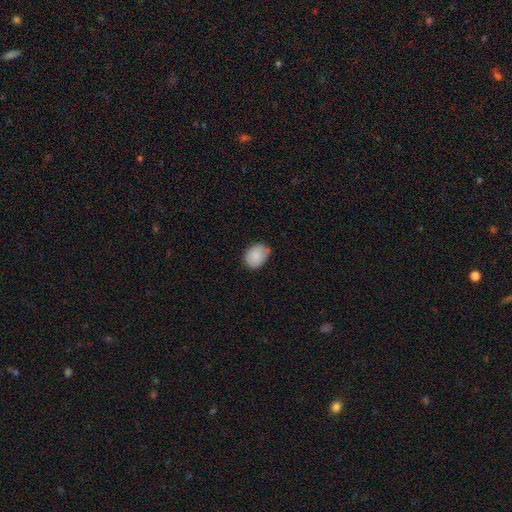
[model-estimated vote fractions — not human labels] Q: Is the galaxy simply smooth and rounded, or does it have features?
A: smooth — 87%.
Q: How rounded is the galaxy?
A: in between — 64%.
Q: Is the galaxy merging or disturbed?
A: none — 70%.